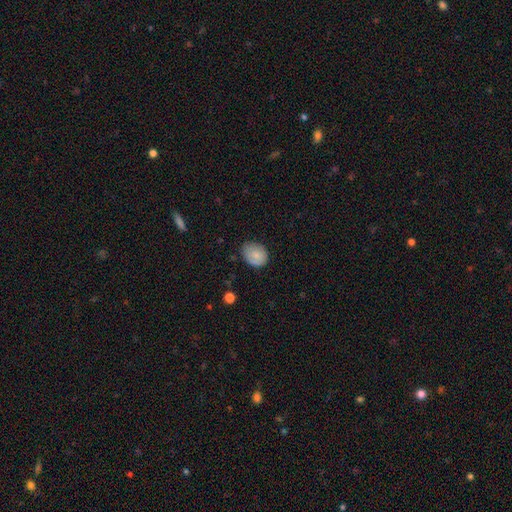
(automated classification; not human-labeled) A smooth galaxy with no disk features (78%) that is in between round and cigar-shaped (60%).

Vote fractions:
- Smooth or featured? smooth: 78% / featured or disk: 14% / star or artifact: 7%
- How rounded? in between: 60% / round: 39% / cigar-shaped: 1%
- Merging? none: 68% / minor disturbance: 26% / major disturbance: 5% / merger: 1%